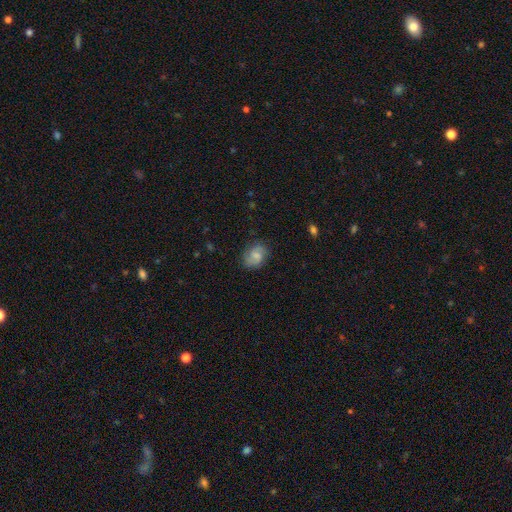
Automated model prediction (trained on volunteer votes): smooth-or-featured: smooth: 54% | featured or disk: 37% | star or artifact: 9%
  how-rounded: in between: 63% | round: 36% | cigar-shaped: 1%
  merging: none: 74% | minor disturbance: 18% | major disturbance: 6% | merger: 1%